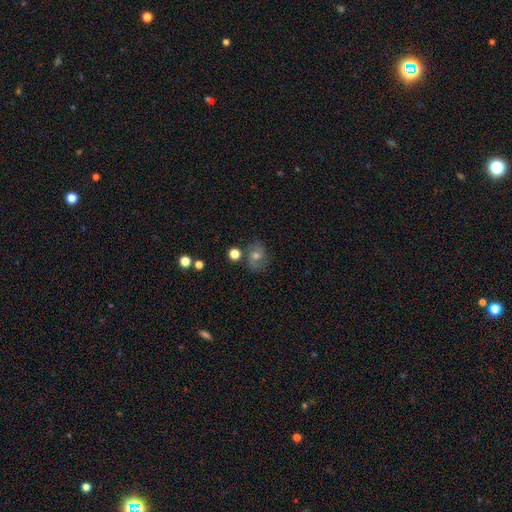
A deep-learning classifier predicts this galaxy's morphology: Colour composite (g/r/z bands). It shows a featured or disk galaxy (52%) with no bar (61%), spiral arms (84%) and a moderate central bulge (62%). Merging: none (75%).